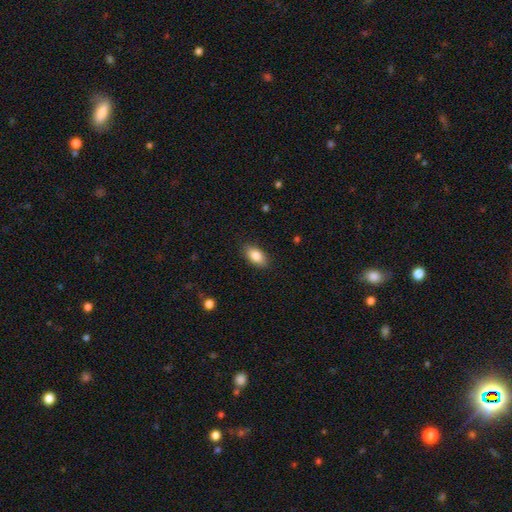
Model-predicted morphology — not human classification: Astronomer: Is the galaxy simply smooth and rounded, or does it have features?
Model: smooth — 84%.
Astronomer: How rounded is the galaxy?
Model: in between — 91%.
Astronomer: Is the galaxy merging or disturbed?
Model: none — 86%.